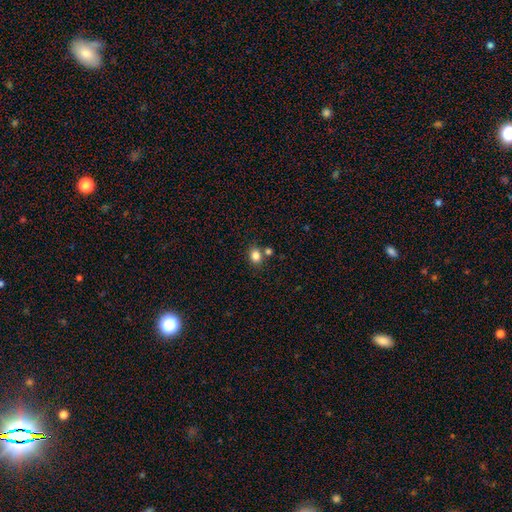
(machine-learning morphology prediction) smooth 83%, star or artifact 11%, featured or disk 6%. Down the decision tree: how rounded — in between (52%); merging — none (69%).